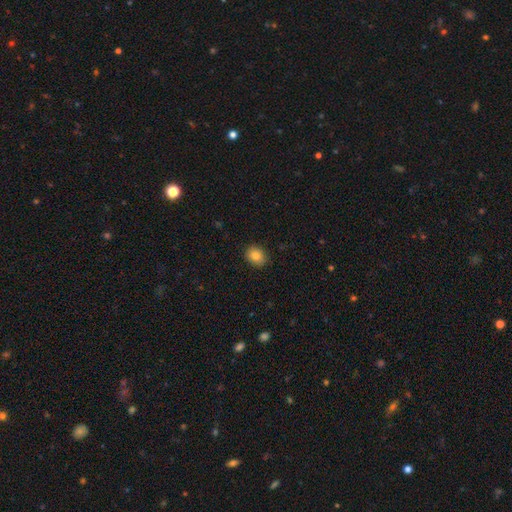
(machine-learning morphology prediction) This is clearly a smooth galaxy (82%). How rounded: possibly round (51%). Merging: clearly none (89%).